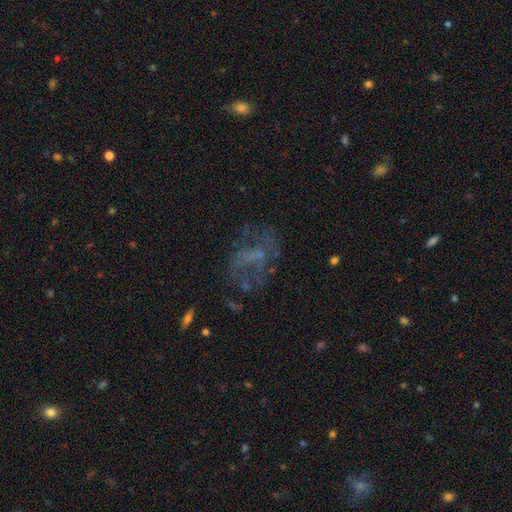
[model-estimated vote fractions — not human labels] Morphology: type=featured or disk (51%); edge-on=no (96%); merging=none (55%).